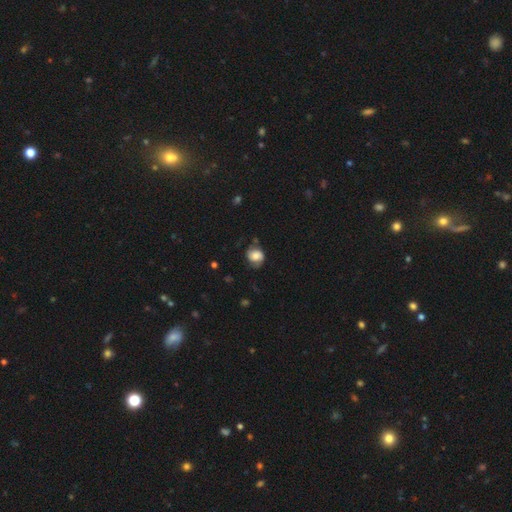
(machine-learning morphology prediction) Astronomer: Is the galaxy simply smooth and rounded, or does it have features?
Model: smooth — 59%.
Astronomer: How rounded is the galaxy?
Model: round — 68%.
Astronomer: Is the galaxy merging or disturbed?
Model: none — 61%.